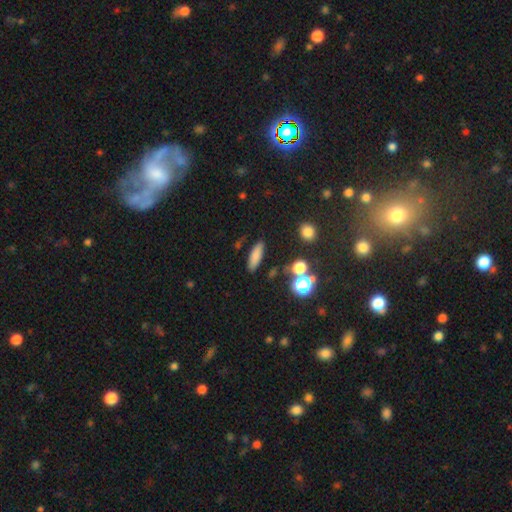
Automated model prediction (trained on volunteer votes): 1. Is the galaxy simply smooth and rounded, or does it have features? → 79% smooth, 12% star or artifact, 9% featured or disk.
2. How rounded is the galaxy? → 54% cigar-shaped, 40% in between, 5% round.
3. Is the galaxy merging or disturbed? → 84% none, 9% minor disturbance, 4% merger, 3% major disturbance.